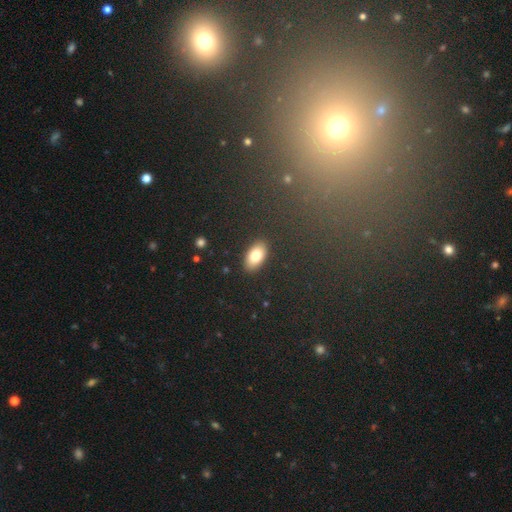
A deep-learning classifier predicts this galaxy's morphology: smooth 80%, featured or disk 12%, star or artifact 8%. Down the decision tree: how rounded — in between (93%); merging — none (89%).